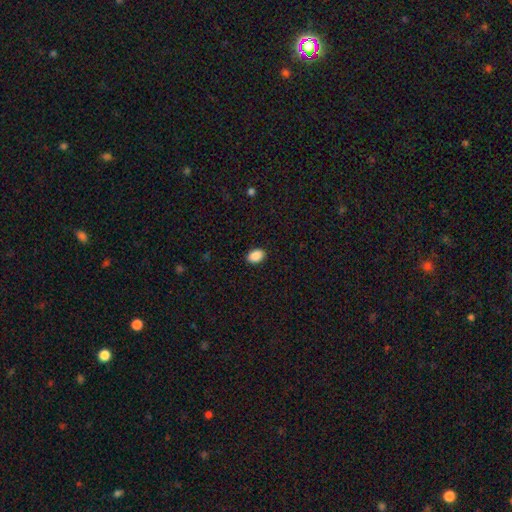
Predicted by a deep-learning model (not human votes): Overall: smooth (89%). How rounded: in between (81%). Merging: none (90%).